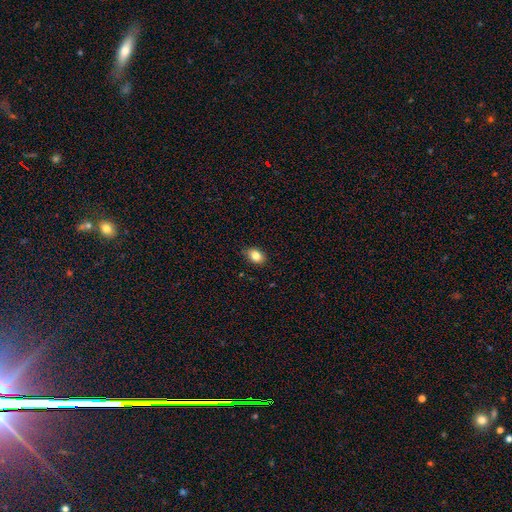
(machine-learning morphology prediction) Q: Smooth or featured?
A: smooth (84%); runner-up: star or artifact (9%)
Q: How rounded?
A: in between (77%); runner-up: round (22%)
Q: Merging?
A: none (83%); runner-up: minor disturbance (14%)